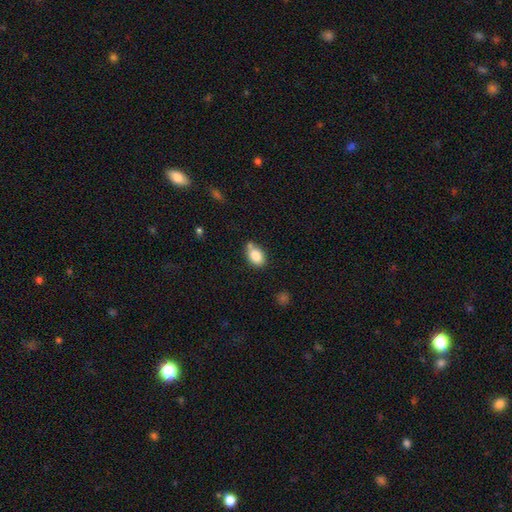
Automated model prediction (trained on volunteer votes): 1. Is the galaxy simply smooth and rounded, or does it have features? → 83% smooth, 9% featured or disk, 8% star or artifact.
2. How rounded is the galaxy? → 82% in between, 16% round, 2% cigar-shaped.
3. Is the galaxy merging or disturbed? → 53% none, 26% minor disturbance, 15% merger, 6% major disturbance.